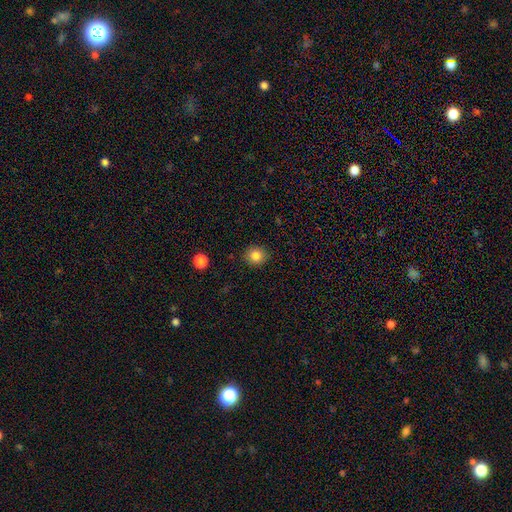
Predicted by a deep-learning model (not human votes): The model was most divided on "how rounded": round: 85%, in between: 14%, cigar-shaped: 1%. More confident: merging — none (90%); smooth or featured — smooth (84%).